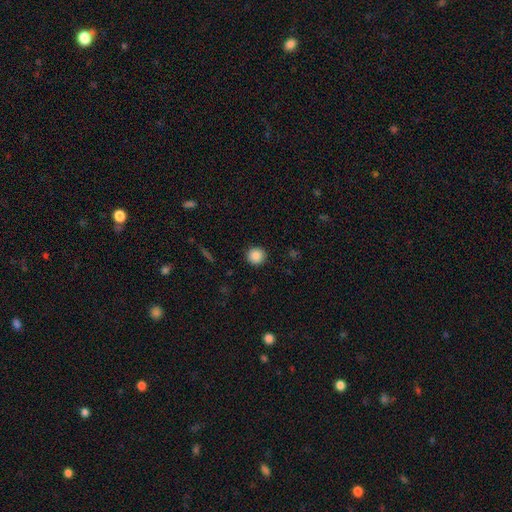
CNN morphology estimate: Overall: smooth (87%). How rounded: round (94%). Merging: none (92%).